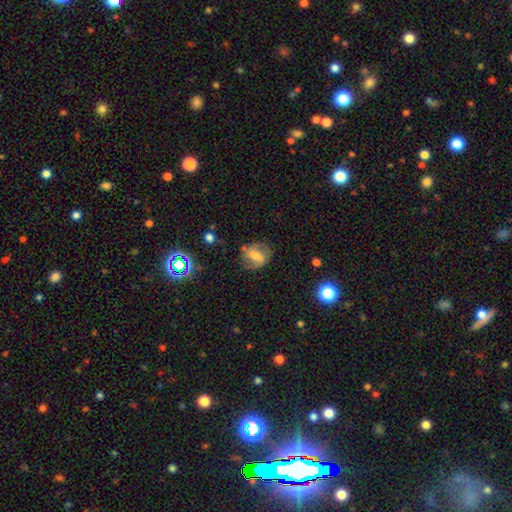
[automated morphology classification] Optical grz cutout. It shows a featured or disk galaxy (50%). Merging: none (72%).